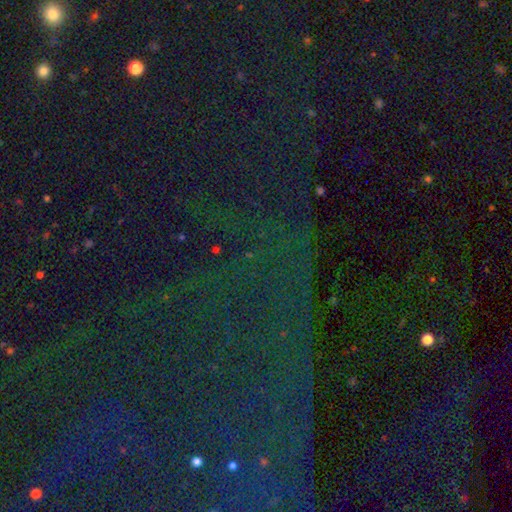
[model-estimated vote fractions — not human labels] A star or artifact, not a galaxy (85%).

Vote fractions:
- Smooth or featured? star or artifact: 85% / featured or disk: 7% / smooth: 7%